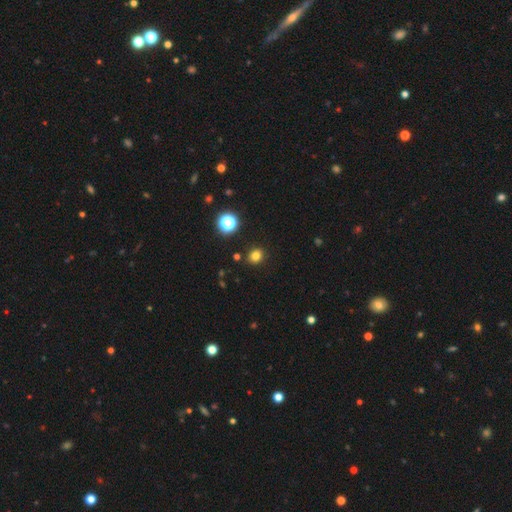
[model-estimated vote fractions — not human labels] The model was most divided on "how rounded": round: 77%, in between: 23%, cigar-shaped: 1%. More confident: merging — none (89%); smooth or featured — smooth (79%).